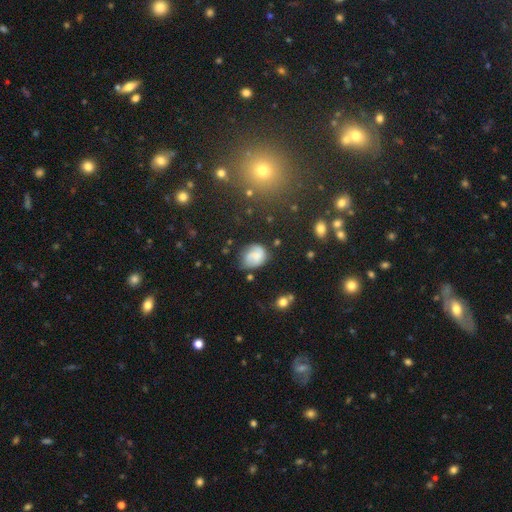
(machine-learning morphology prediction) Smooth or featured: smooth — 62% (featured or disk — 28%)
How rounded: in between — 50% (round — 49%)
Merging: none — 55% (minor disturbance — 29%)